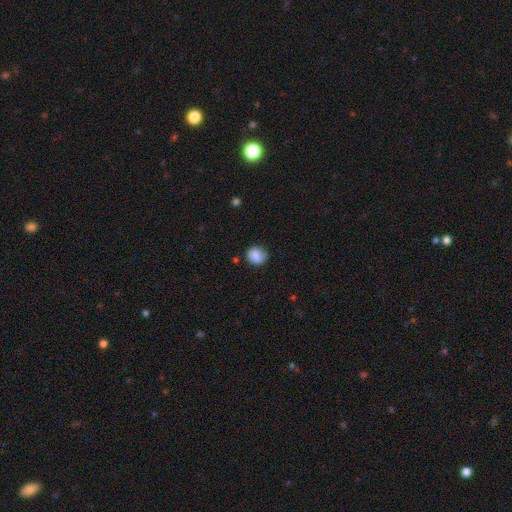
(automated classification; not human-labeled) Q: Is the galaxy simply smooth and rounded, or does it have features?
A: smooth — 81%.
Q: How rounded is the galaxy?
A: round — 77%.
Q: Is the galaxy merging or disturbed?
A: none — 72%.